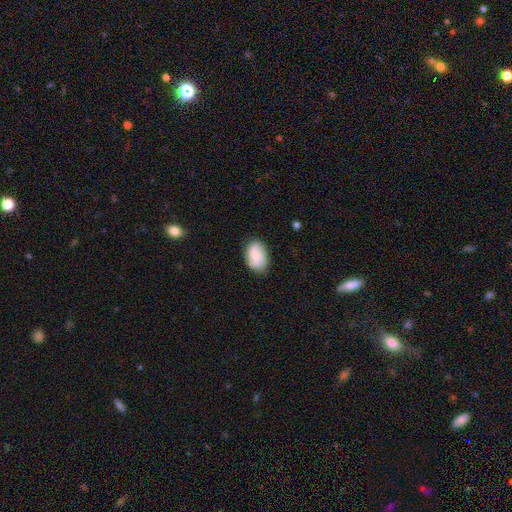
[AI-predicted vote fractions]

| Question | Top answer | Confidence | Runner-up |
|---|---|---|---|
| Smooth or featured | smooth | 69% | featured or disk (24%) |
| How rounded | in between | 86% | round (13%) |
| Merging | none | 79% | minor disturbance (17%) |